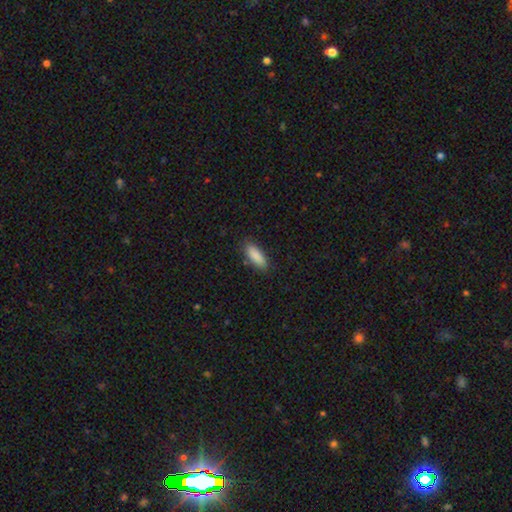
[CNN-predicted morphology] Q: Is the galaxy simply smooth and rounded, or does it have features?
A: smooth — 89%.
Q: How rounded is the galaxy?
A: in between — 74%.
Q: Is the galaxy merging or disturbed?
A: none — 84%.